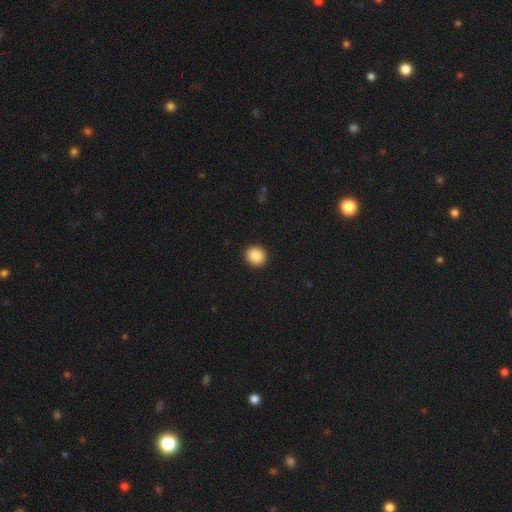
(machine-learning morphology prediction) smooth 88%, star or artifact 8%, featured or disk 4%. Down the decision tree: how rounded — round (85%); merging — none (92%).